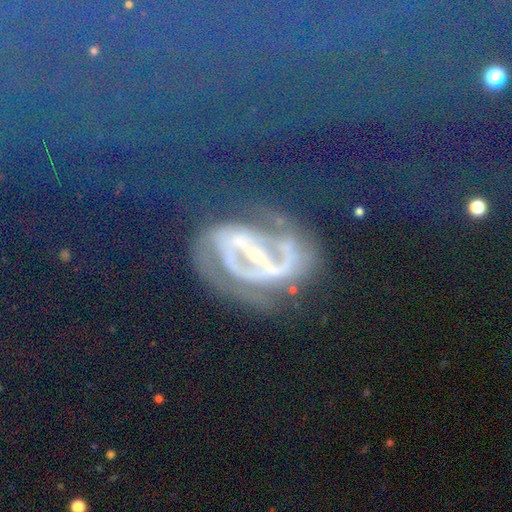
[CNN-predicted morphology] This is possibly a featured or disk galaxy (53%). It is clearly not viewed edge-on (86%). Merging: possibly none (58%).